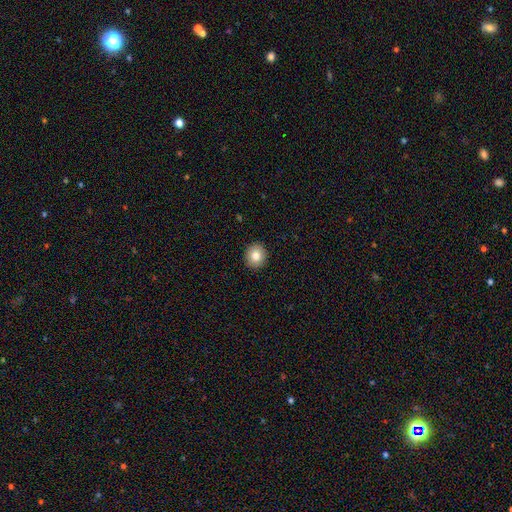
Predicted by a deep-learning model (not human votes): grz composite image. It shows a smooth galaxy with no disk features (82%) that is round (85%). Merging: none (92%).